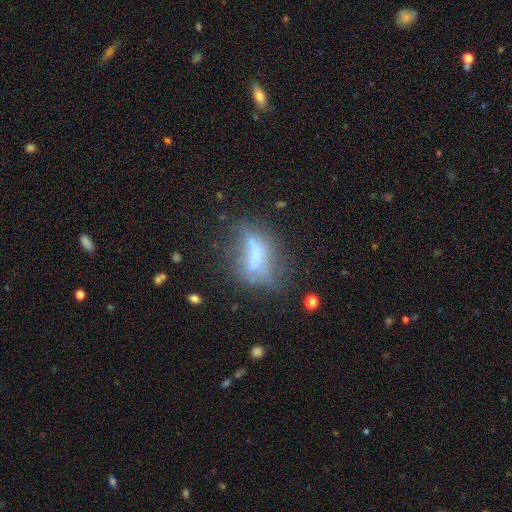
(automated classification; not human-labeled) smooth_or_featured: featured or disk (p=0.47) [alt: smooth p=0.40]
merging: none (p=0.33) [alt: major disturbance p=0.29]